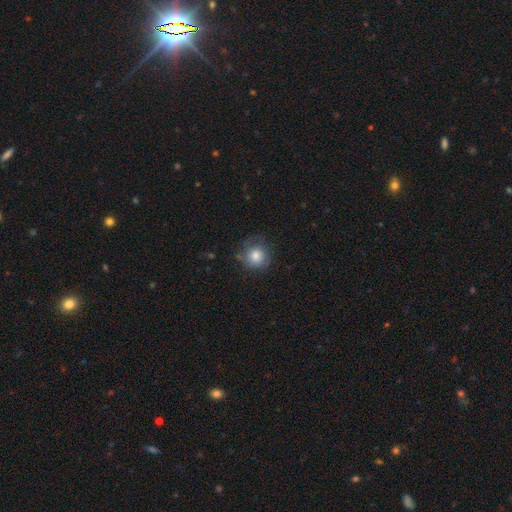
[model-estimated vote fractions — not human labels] Overall: smooth (77%). How rounded: round (90%). Merging: none (65%).